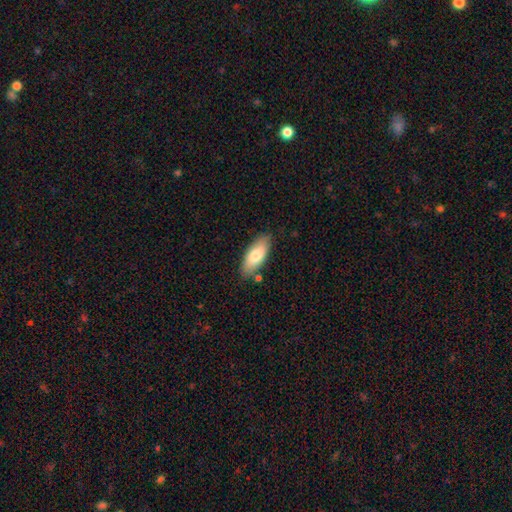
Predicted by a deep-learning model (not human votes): Q: Smooth or featured?
A: smooth (76%); runner-up: featured or disk (18%)
Q: How rounded?
A: in between (83%); runner-up: cigar-shaped (15%)
Q: Merging?
A: none (81%); runner-up: minor disturbance (13%)